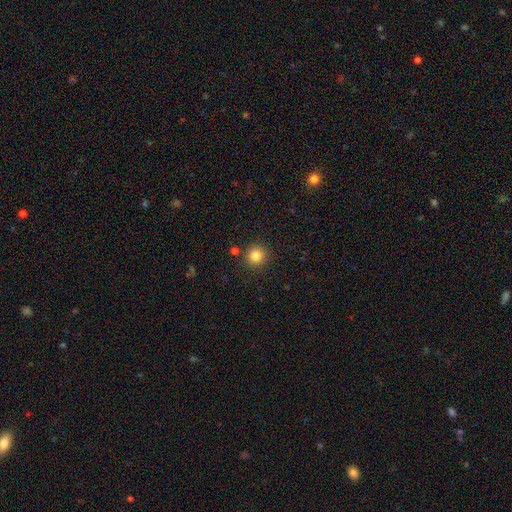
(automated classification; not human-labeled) This appears to be a smooth galaxy with no disk features (83%) that is round (94%). Merging: none (88%).